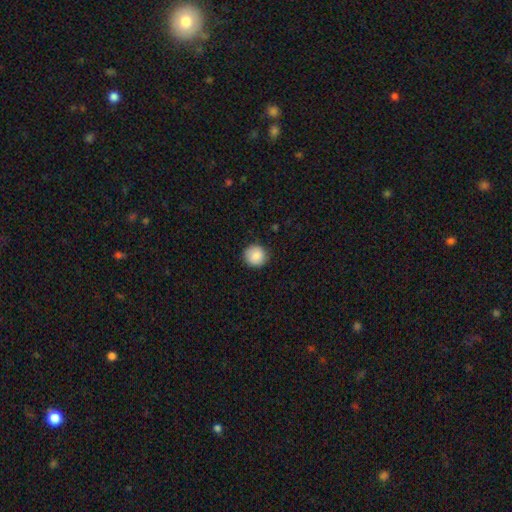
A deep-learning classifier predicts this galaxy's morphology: Smooth or featured?
  - smooth: 88% *
  - star or artifact: 8%
  - featured or disk: 4%
How rounded?
  - round: 93% *
  - in between: 6%
  - cigar-shaped: 1%
Merging?
  - none: 88% *
  - minor disturbance: 9%
  - major disturbance: 2%
  - merger: 1%